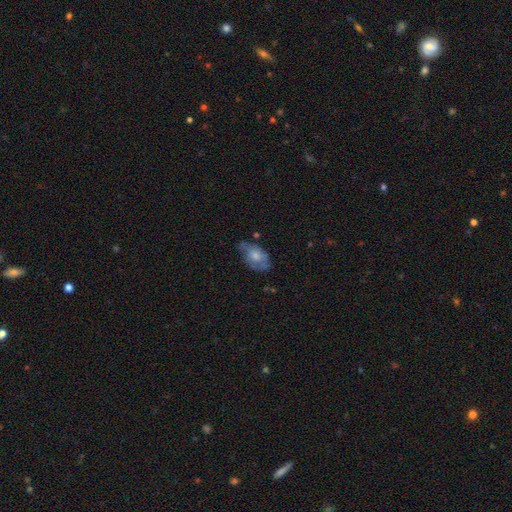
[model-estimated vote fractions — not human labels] A smooth galaxy with no disk features (58%) that is in between round and cigar-shaped (88%).

Vote fractions:
- Smooth or featured? smooth: 58% / featured or disk: 35% / star or artifact: 7%
- How rounded? in between: 88% / round: 9% / cigar-shaped: 2%
- Merging? none: 45% / minor disturbance: 36% / major disturbance: 15% / merger: 3%